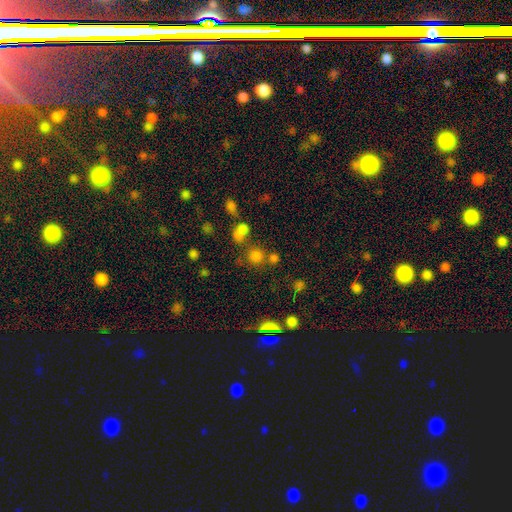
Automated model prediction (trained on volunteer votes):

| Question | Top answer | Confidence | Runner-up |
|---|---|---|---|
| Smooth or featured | smooth | 67% | star or artifact (25%) |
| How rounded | round | 87% | in between (12%) |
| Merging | none | 61% | merger (25%) |